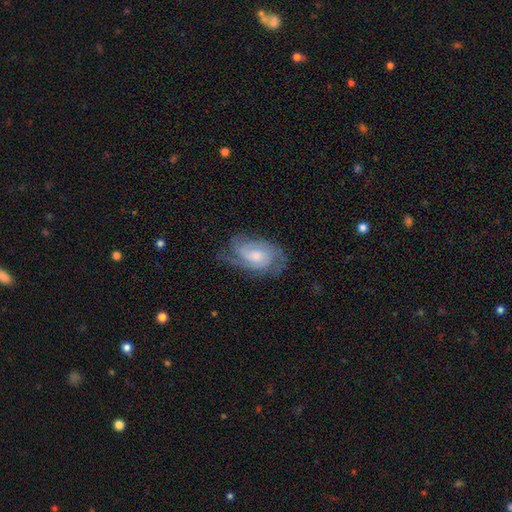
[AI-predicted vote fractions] Overall: featured or disk (79%). Edge-on disk: no (97%). Bar: no (63%; weak 33%). Spiral arms: yes (94%). Spiral arm count: 2 (41%; can't tell 25%). Spiral winding: tight (49%; medium 40%). Bulge size: small (45%; moderate 44%). Merging: none (64%).